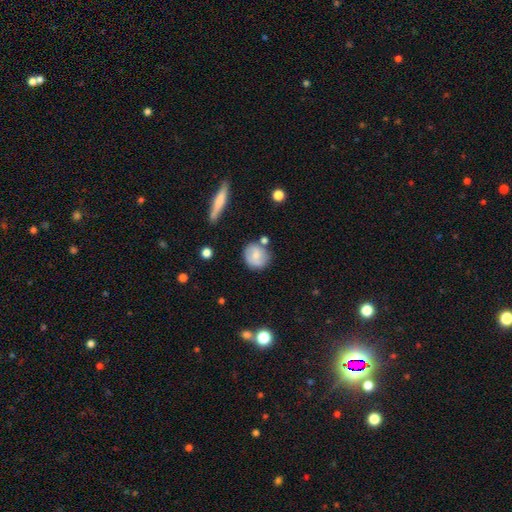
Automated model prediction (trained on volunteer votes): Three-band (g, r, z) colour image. It shows a smooth galaxy with no disk features (60%) that is round (78%). Merging: none (70%).